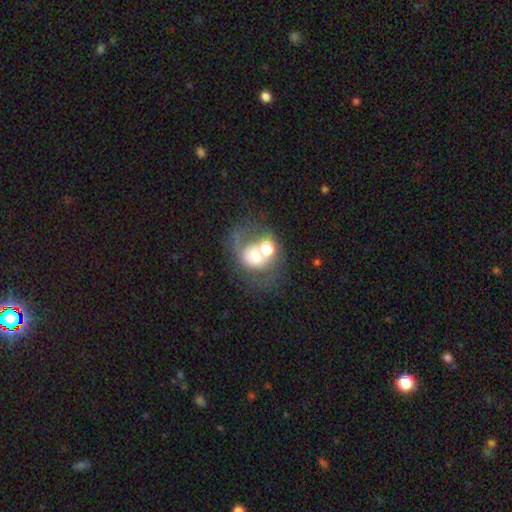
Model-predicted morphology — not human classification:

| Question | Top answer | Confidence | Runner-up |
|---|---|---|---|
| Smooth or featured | smooth | 46% | featured or disk (43%) |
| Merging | merger | 61% | none (18%) |